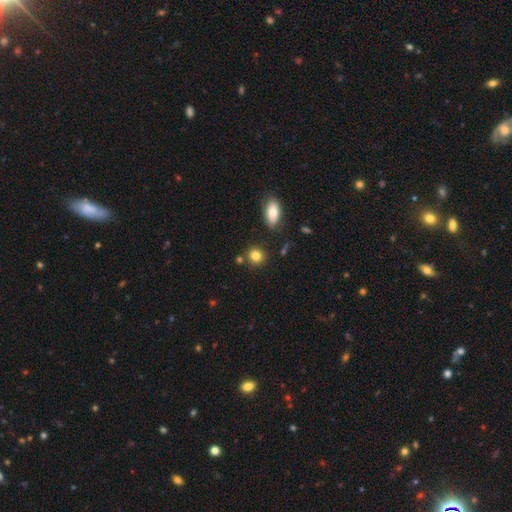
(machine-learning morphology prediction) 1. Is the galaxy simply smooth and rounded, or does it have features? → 82% smooth, 11% star or artifact, 7% featured or disk.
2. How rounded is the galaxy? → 84% round, 15% in between, 1% cigar-shaped.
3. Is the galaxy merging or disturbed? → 82% none, 8% minor disturbance, 7% merger, 3% major disturbance.